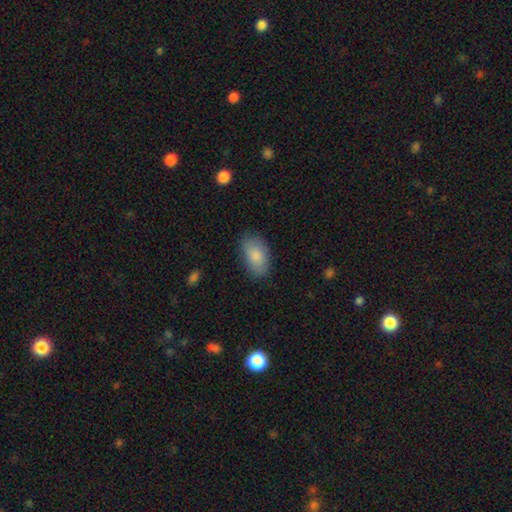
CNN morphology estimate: Smooth or featured? Predicted: smooth (p=0.85). How rounded? Predicted: in between (p=0.94). Merging? Predicted: none (p=0.81).